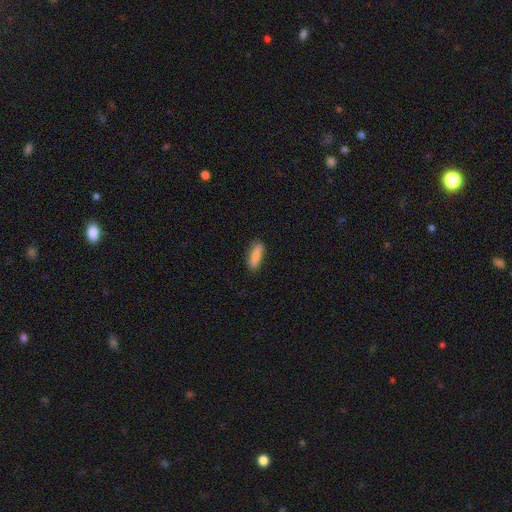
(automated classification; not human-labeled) Morphology: type=smooth (85%); roundness=cigar-shaped (56%); merging=none (82%).